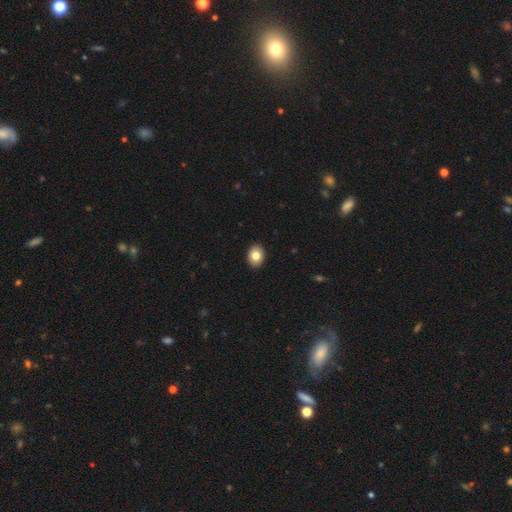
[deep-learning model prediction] The model was most divided on "how rounded": in between: 62%, round: 37%, cigar-shaped: 1%. More confident: merging — none (92%); smooth or featured — smooth (82%).